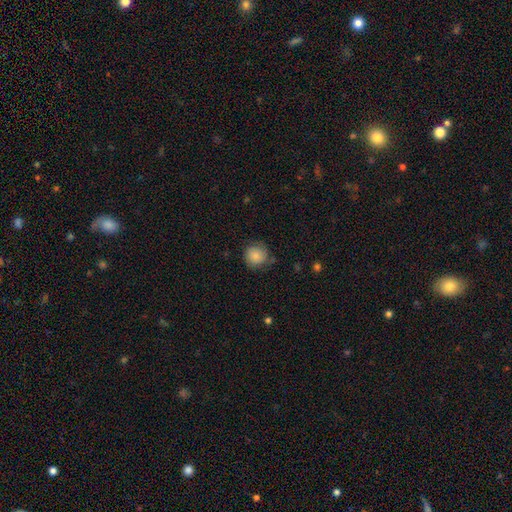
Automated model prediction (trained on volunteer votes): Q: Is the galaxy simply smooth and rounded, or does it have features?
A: smooth — 82%.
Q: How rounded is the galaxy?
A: round — 92%.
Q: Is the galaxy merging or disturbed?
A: none — 70%.